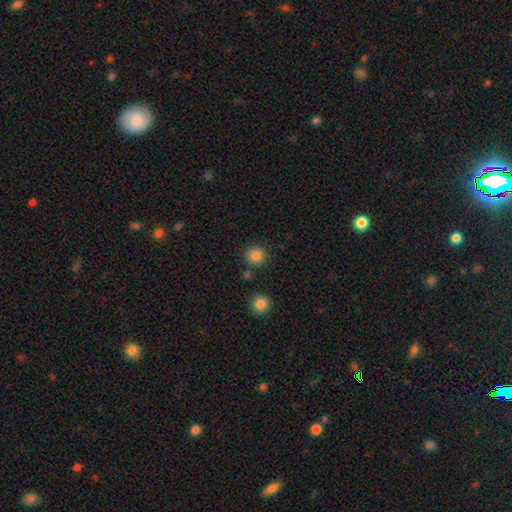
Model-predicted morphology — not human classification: A smooth galaxy with no disk features (84%) that is round (92%). Merging: none (84%).